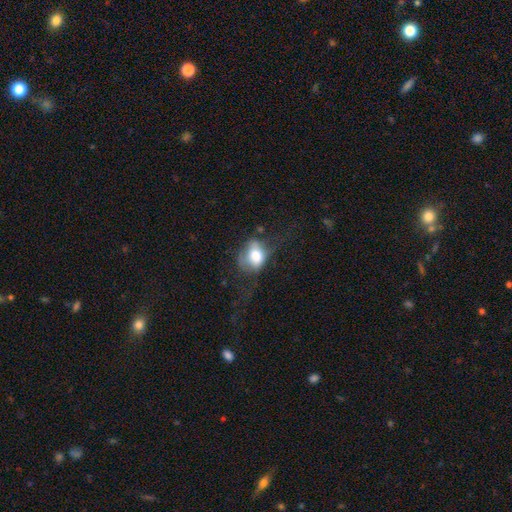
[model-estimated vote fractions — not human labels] smooth-or-featured: smooth: 67% | featured or disk: 24% | star or artifact: 9%
  how-rounded: in between: 61% | round: 38% | cigar-shaped: 2%
  merging: none: 36% | major disturbance: 34% | minor disturbance: 26% | merger: 3%